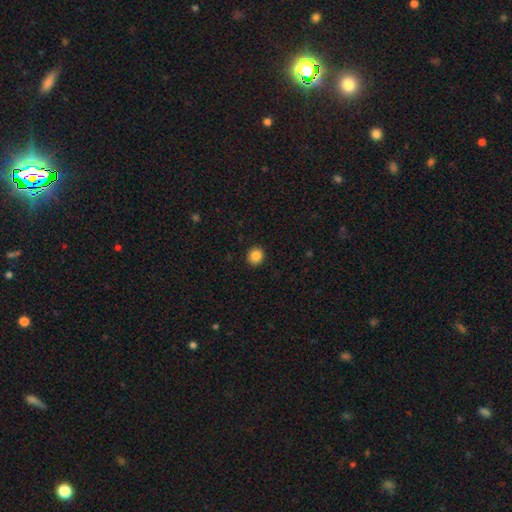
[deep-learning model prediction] This is clearly a smooth galaxy (85%). How rounded: clearly round (87%). Merging: clearly none (92%).